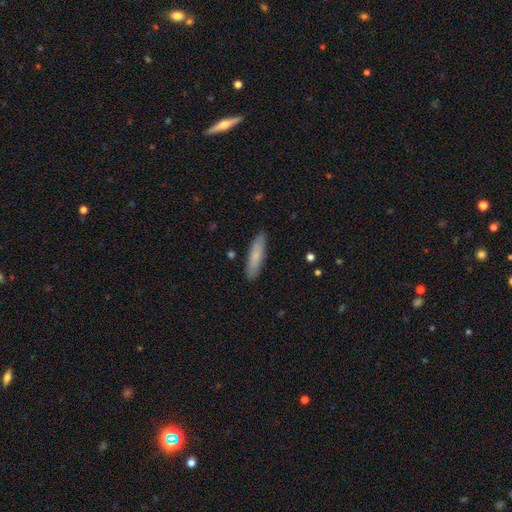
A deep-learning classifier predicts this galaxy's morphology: A smooth galaxy with no disk features (75%) that is cigar-shaped (75%). Merging: none (88%).